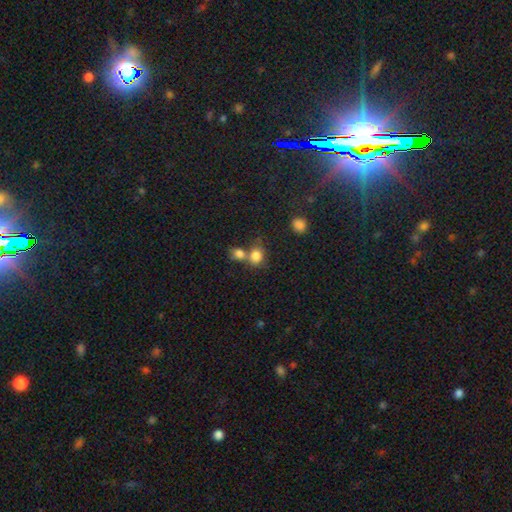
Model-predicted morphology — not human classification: A smooth galaxy with no disk features (82%) that is round (59%).

Vote fractions:
- Smooth or featured? smooth: 82% / star or artifact: 11% / featured or disk: 7%
- How rounded? round: 59% / in between: 40% / cigar-shaped: 1%
- Merging? merger: 47% / none: 40% / minor disturbance: 9% / major disturbance: 4%